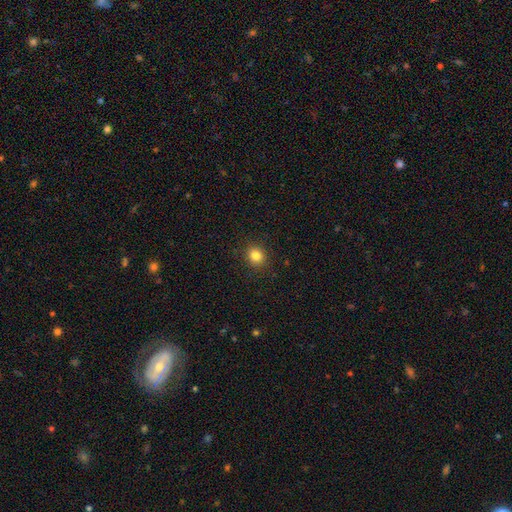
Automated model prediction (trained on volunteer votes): smooth 83%, star or artifact 12%, featured or disk 5%. Down the decision tree: how rounded — round (78%); merging — none (90%).